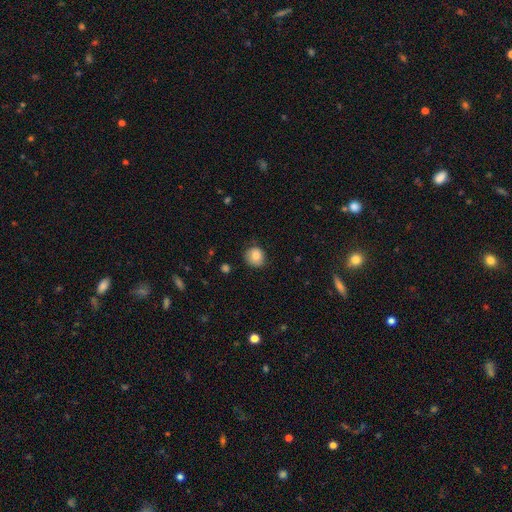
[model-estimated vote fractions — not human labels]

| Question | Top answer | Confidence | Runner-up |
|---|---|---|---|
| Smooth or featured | smooth | 84% | star or artifact (9%) |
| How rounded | round | 82% | in between (17%) |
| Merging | none | 77% | minor disturbance (19%) |